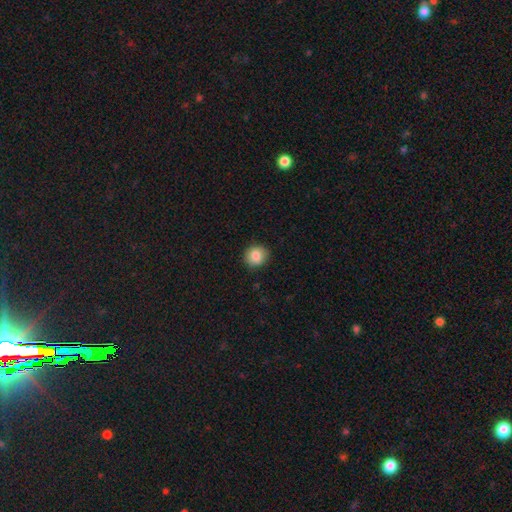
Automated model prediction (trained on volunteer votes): smooth-or-featured: smooth: 85% | star or artifact: 9% | featured or disk: 6%
  how-rounded: round: 84% | in between: 15% | cigar-shaped: 1%
  merging: none: 88% | minor disturbance: 9% | major disturbance: 2% | merger: 1%